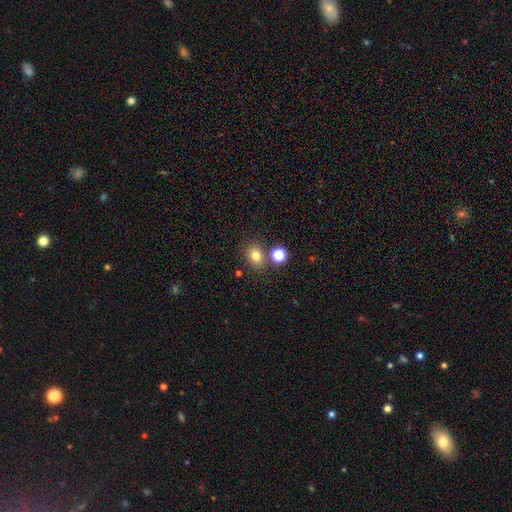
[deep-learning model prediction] smooth-or-featured: smooth: 78% | star or artifact: 14% | featured or disk: 8%
  how-rounded: round: 50% | in between: 49% | cigar-shaped: 1%
  merging: none: 74% | merger: 13% | minor disturbance: 10% | major disturbance: 3%